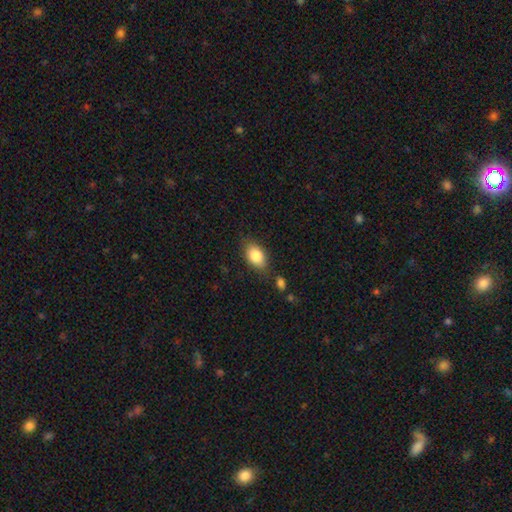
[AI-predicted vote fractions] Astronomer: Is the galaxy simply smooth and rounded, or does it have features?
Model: smooth — 84%.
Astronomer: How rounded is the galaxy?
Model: in between — 87%.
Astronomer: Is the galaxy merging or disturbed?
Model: none — 74%.